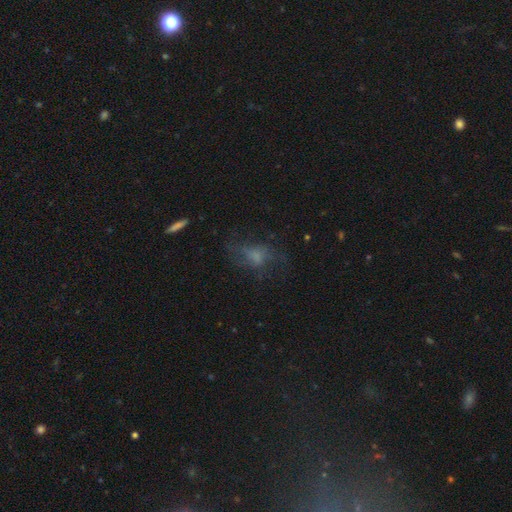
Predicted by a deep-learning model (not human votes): Smooth or featured? Predicted: smooth (p=0.44). Merging? Predicted: none (p=0.51).